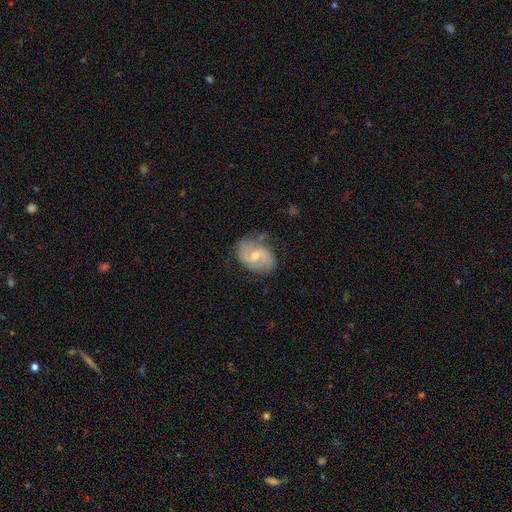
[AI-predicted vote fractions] This is likely a featured or disk galaxy (75%). It is clearly not viewed edge-on (97%). Bar: possibly weak (51%). Spiral arm pattern: clearly yes (92%). Spiral arm count: clearly 2 (81%). Spiral winding: possibly medium (50%). Central bulge: possibly moderate (56%). Merging: likely none (70%).